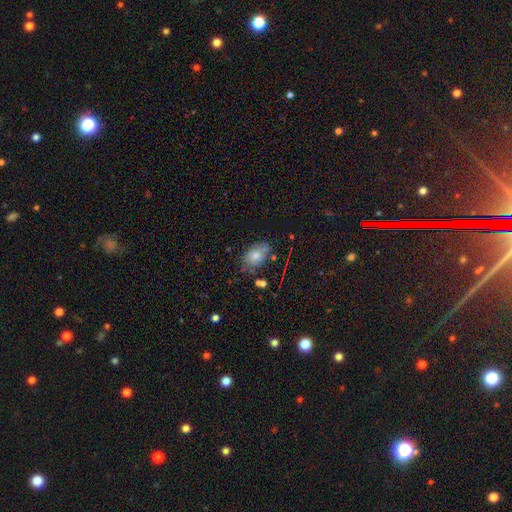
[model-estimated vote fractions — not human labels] Smooth or featured?
  - smooth: 74% *
  - featured or disk: 15%
  - star or artifact: 10%
How rounded?
  - in between: 81% *
  - round: 17%
  - cigar-shaped: 2%
Merging?
  - none: 66% *
  - minor disturbance: 22%
  - merger: 6%
  - major disturbance: 6%